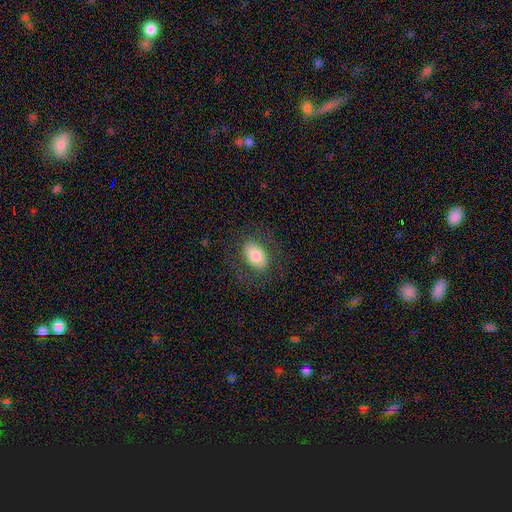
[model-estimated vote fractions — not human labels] smooth 75%, featured or disk 18%, star or artifact 7%. Down the decision tree: how rounded — in between (88%); merging — none (78%).